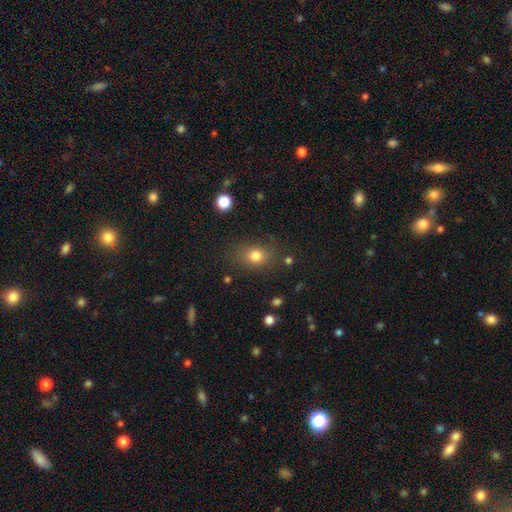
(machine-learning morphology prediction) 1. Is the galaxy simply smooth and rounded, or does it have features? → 80% smooth, 12% star or artifact, 8% featured or disk.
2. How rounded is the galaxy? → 51% round, 48% in between, 1% cigar-shaped.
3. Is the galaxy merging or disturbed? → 79% none, 13% minor disturbance, 6% major disturbance, 2% merger.